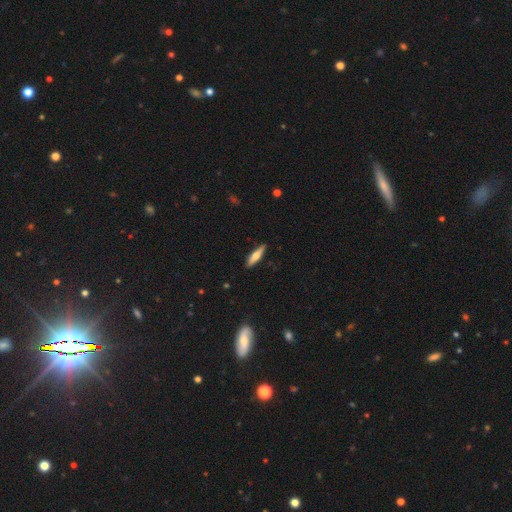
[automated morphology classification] This appears to be a smooth galaxy with no disk features (58%) that is cigar-shaped (77%). Merging: none (89%).